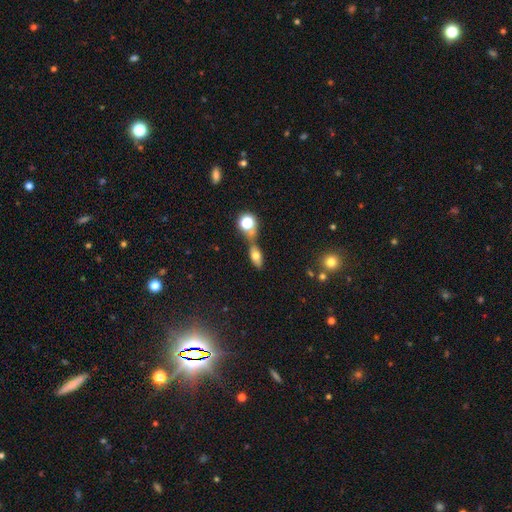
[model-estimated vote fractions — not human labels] Smooth or featured? Predicted: smooth (p=0.68). How rounded? Predicted: in between (p=0.77). Merging? Predicted: none (p=0.48).